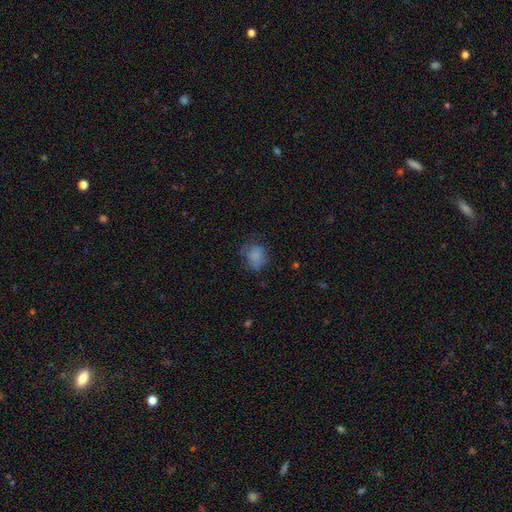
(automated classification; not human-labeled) This is likely a smooth galaxy (79%). How rounded: possibly round (58%). Merging: possibly none (55%).